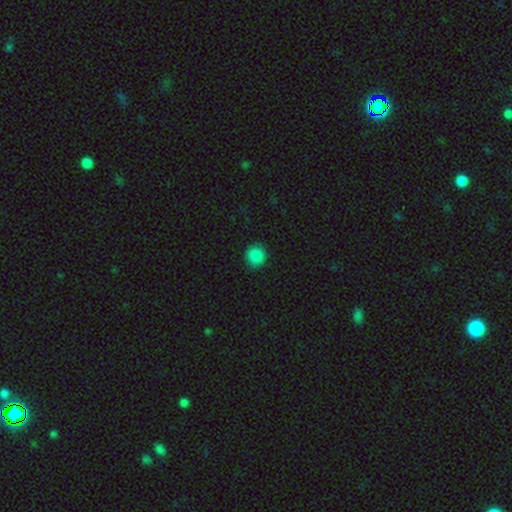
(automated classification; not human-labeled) Smooth or featured: smooth — 87% (star or artifact — 10%)
How rounded: round — 89% (in between — 10%)
Merging: none — 91% (minor disturbance — 6%)